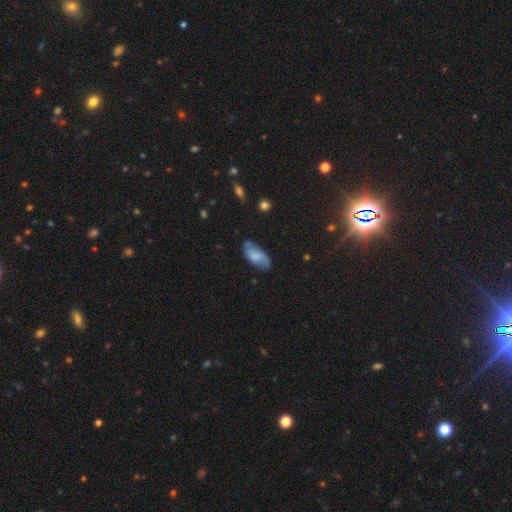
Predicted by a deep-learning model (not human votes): smooth 60%, featured or disk 32%, star or artifact 7%. Down the decision tree: how rounded — in between (89%); merging — none (70%).